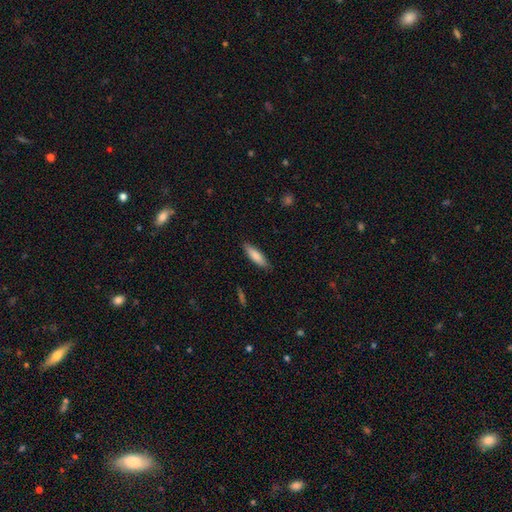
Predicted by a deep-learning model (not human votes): Q: Smooth or featured?
A: smooth (81%); runner-up: featured or disk (13%)
Q: How rounded?
A: cigar-shaped (64%); runner-up: in between (35%)
Q: Merging?
A: none (87%); runner-up: minor disturbance (10%)